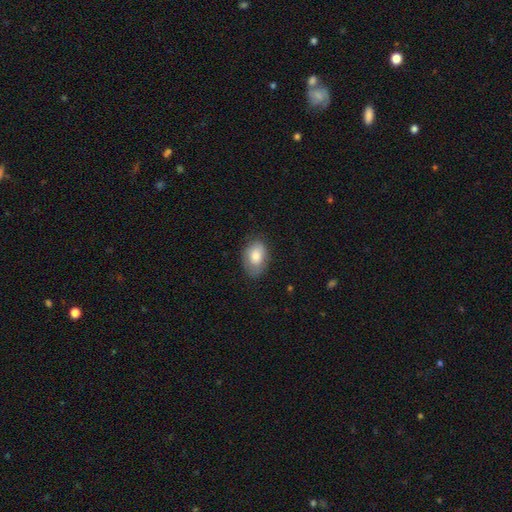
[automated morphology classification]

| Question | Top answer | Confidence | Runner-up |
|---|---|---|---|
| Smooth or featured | smooth | 79% | featured or disk (14%) |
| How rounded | in between | 86% | round (13%) |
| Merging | none | 74% | minor disturbance (20%) |